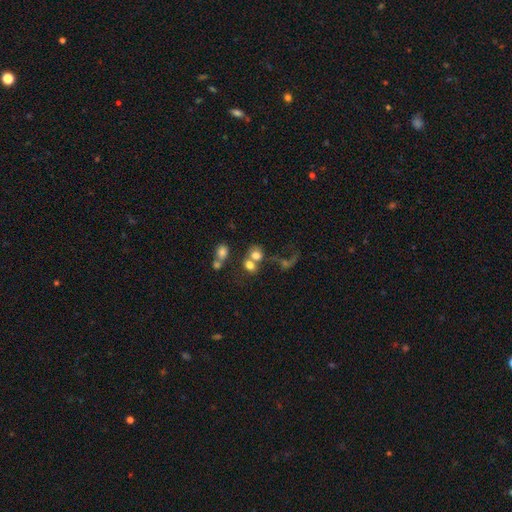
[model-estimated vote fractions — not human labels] Morphology: type=smooth (67%); roundness=round (61%); merging=merger (50%).